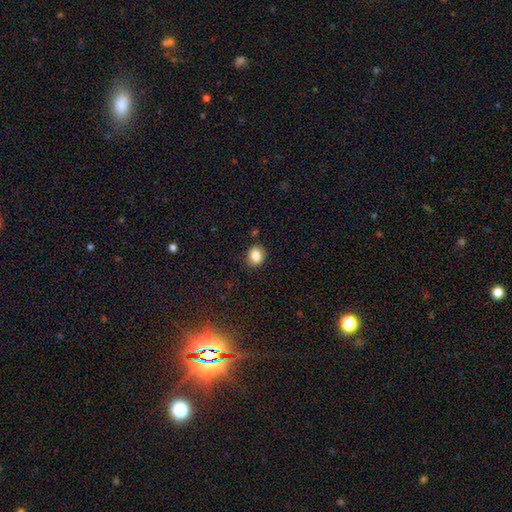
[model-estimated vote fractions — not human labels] Morphology: type=smooth (84%); roundness=round (60%); merging=none (83%).